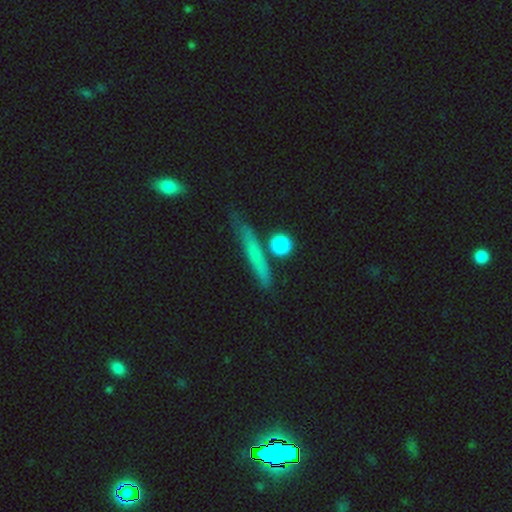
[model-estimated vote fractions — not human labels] This appears to be a smooth galaxy with no disk features (60%) that is cigar-shaped (85%). Merging: none (78%).